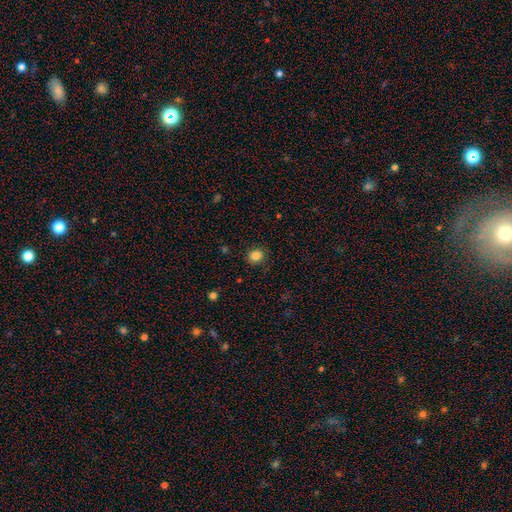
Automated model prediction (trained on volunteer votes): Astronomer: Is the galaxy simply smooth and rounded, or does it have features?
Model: smooth — 84%.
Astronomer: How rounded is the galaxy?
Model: round — 80%.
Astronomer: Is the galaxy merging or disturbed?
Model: none — 87%.